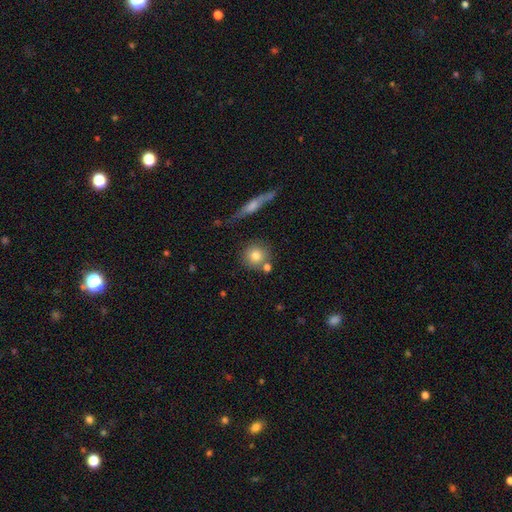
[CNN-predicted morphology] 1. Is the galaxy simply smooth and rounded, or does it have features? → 77% smooth, 14% featured or disk, 10% star or artifact.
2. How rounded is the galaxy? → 91% round, 8% in between, 2% cigar-shaped.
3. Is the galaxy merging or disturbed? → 69% none, 17% merger, 10% minor disturbance, 4% major disturbance.